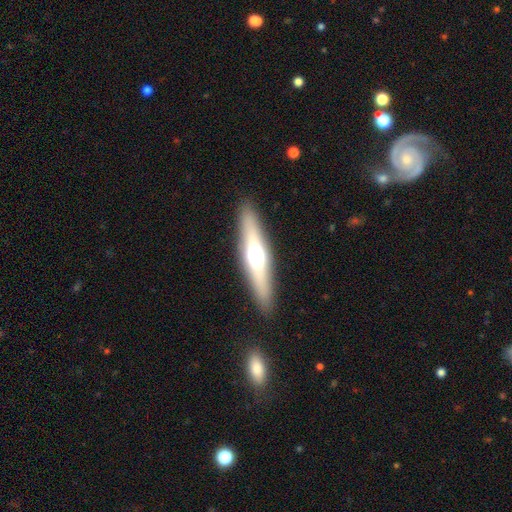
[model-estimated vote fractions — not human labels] Morphology: type=featured or disk (54%); edge-on=yes (89%); merging=none (89%).